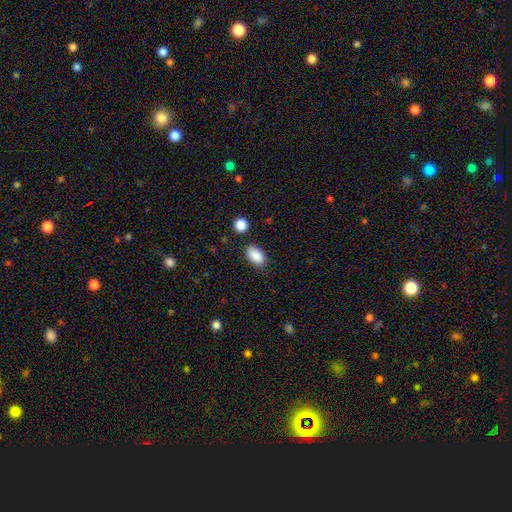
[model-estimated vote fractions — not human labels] This is clearly a smooth galaxy (89%). How rounded: clearly in between (92%). Merging: clearly none (82%).